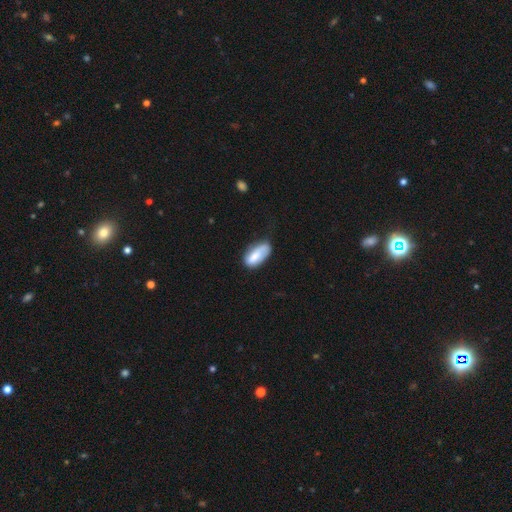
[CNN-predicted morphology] This appears to be a smooth galaxy with no disk features (74%) that is in between round and cigar-shaped (90%). Merging: none (46%).